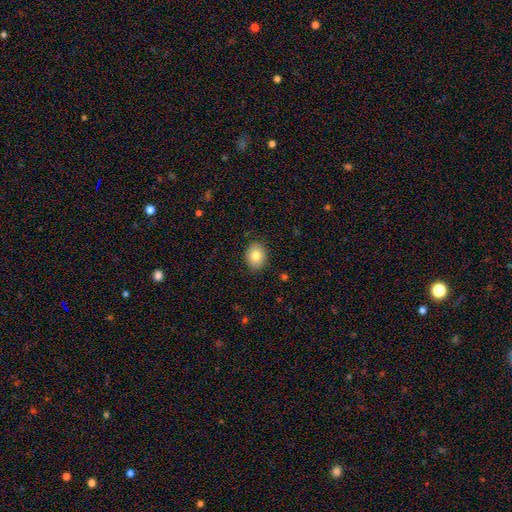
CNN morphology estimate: smooth_or_featured: smooth (p=0.81) [alt: featured or disk p=0.11]
how_rounded: round (p=0.50) [alt: in between p=0.49]
merging: none (p=0.89) [alt: minor disturbance p=0.08]